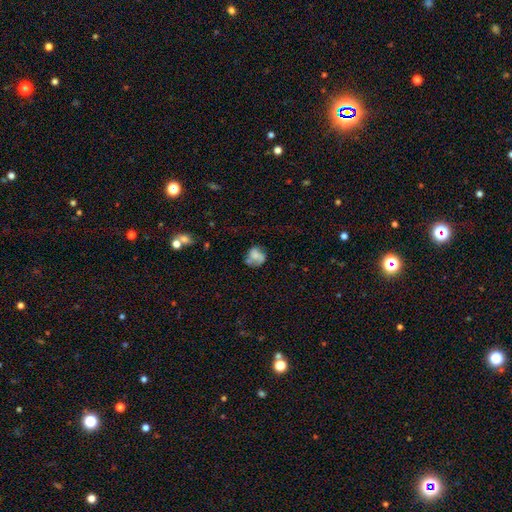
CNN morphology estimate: smooth-or-featured: smooth: 62% | featured or disk: 27% | star or artifact: 10%
  how-rounded: round: 59% | in between: 40% | cigar-shaped: 1%
  merging: none: 41% | minor disturbance: 27% | merger: 18% | major disturbance: 15%